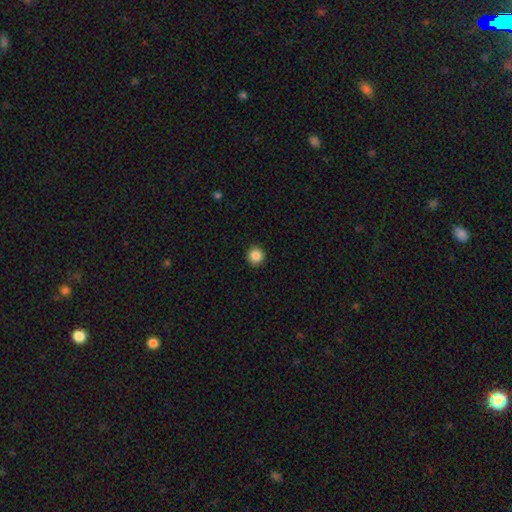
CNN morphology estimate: A smooth galaxy with no disk features (87%) that is round (94%).

Vote fractions:
- Smooth or featured? smooth: 87% / star or artifact: 10% / featured or disk: 3%
- How rounded? round: 94% / in between: 5% / cigar-shaped: 1%
- Merging? none: 93% / minor disturbance: 5% / major disturbance: 2% / merger: 1%